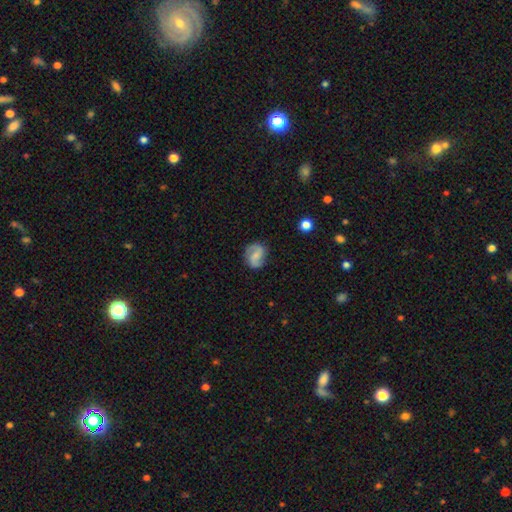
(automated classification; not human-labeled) smooth-or-featured: featured or disk: 68% | smooth: 25% | star or artifact: 7%
  disk-edge-on: no: 98% | yes: 2%
    bar: weak: 49% | no: 35% | strong: 17%
    has-spiral-arms: yes: 94% | no: 6%
      spiral-winding: medium: 42% (tied) | loose: 42% (tied) | tight: 16%
      spiral-arm-count: 2: 90% | can't tell: 4% | 1: 3% | 3: 1% | 4: 1% | more than 4: 1%
    bulge-size: small: 44% | none: 30% | moderate: 23% | large: 2% | dominant: 1%
  merging: none: 79% | minor disturbance: 15% | major disturbance: 5% | merger: 2%